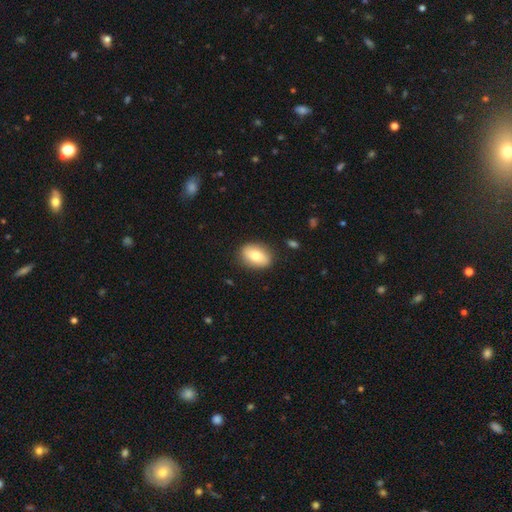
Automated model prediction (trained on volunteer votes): Smooth or featured? smooth (75%)
How rounded? in between (85%)
Merging? none (85%)